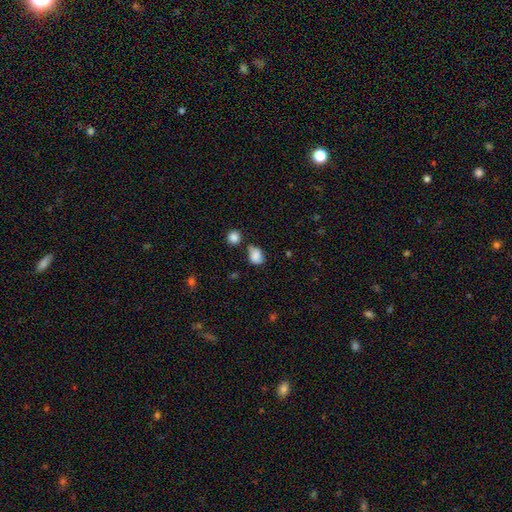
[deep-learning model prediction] This is clearly a smooth galaxy (81%). How rounded: likely in between (63%). Merging: marginally none (43%).